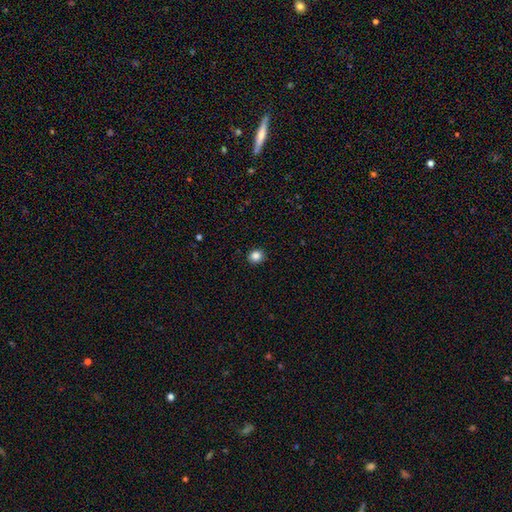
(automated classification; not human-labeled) A smooth galaxy with no disk features (85%) that is round (77%).

Vote fractions:
- Smooth or featured? smooth: 85% / star or artifact: 11% / featured or disk: 4%
- How rounded? round: 77% / in between: 22% / cigar-shaped: 1%
- Merging? none: 91% / minor disturbance: 7% / major disturbance: 2% / merger: 1%